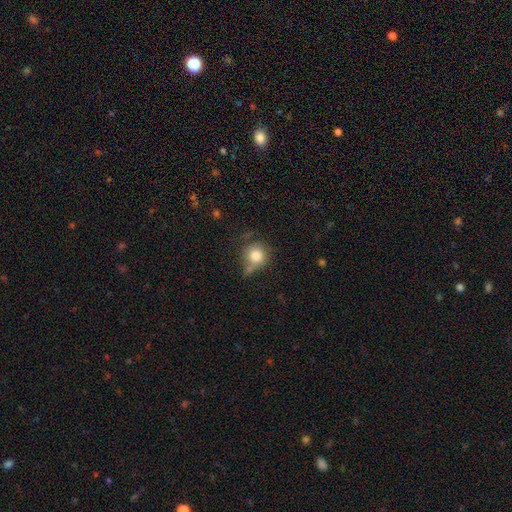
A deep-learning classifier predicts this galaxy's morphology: Q: Smooth or featured?
A: smooth (80%); runner-up: featured or disk (11%)
Q: How rounded?
A: round (88%); runner-up: in between (11%)
Q: Merging?
A: none (51%); runner-up: minor disturbance (25%)